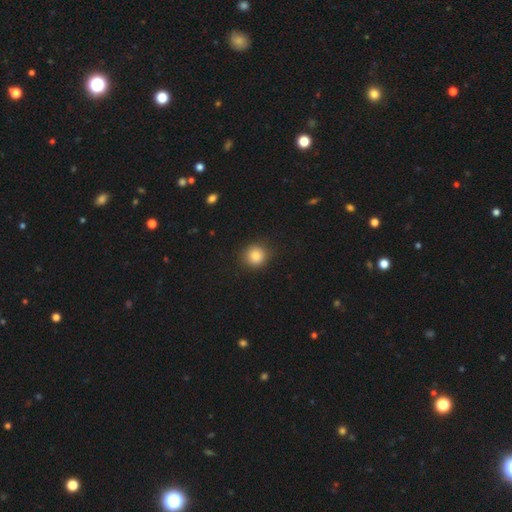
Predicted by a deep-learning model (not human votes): Smooth or featured? Predicted: smooth (p=0.83). How rounded? Predicted: round (p=0.92). Merging? Predicted: none (p=0.89).